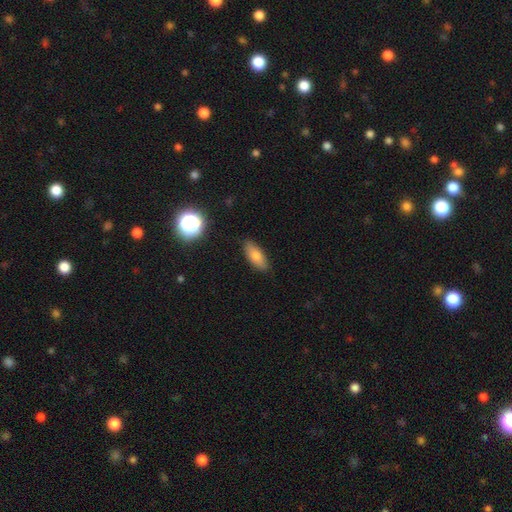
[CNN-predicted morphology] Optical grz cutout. It shows a smooth galaxy with no disk features (76%) that is in between round and cigar-shaped (77%). Merging: none (85%).